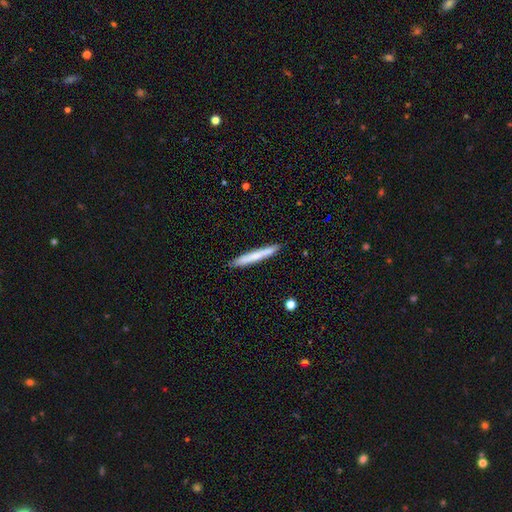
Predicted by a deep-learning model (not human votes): Smooth or featured: smooth — 67% (featured or disk — 27%)
How rounded: cigar-shaped — 96% (in between — 3%)
Merging: none — 90% (minor disturbance — 8%)